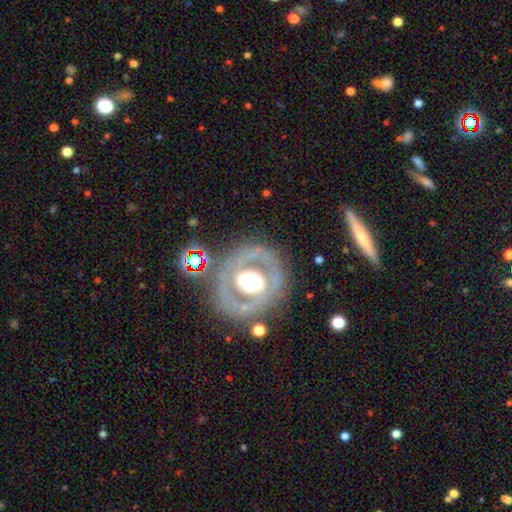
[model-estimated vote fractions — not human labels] Overall: featured or disk (68%). Edge-on disk: no (86%). Bar: no (68%). Spiral arms: no (62%; yes 38%). Bulge size: moderate (53%; large 34%). Merging: none (76%).